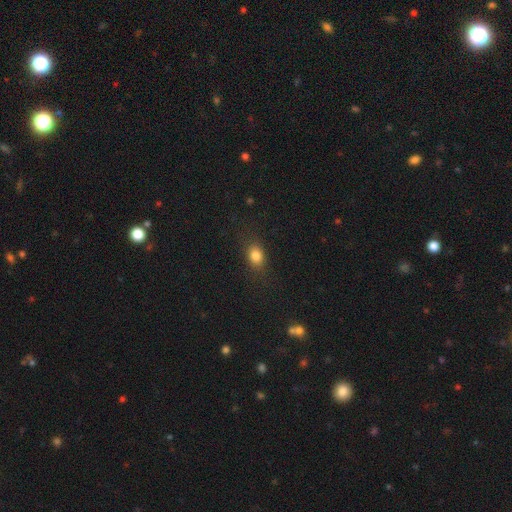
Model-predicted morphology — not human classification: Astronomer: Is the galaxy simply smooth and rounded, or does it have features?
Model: smooth — 82%.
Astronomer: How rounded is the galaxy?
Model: in between — 61%.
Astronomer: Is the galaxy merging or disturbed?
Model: none — 80%.